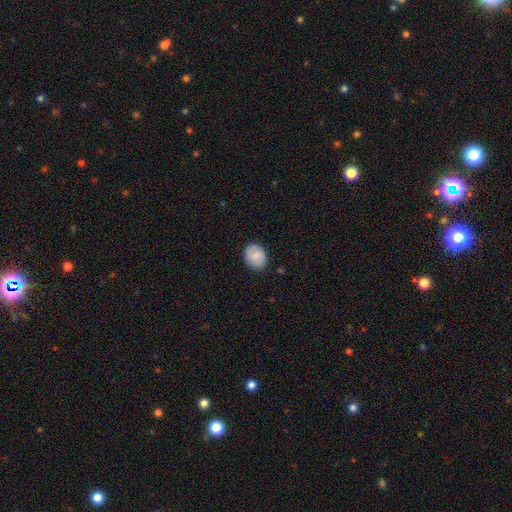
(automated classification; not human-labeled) This is clearly a smooth galaxy (83%). How rounded: possibly in between (55%). Merging: clearly none (85%).